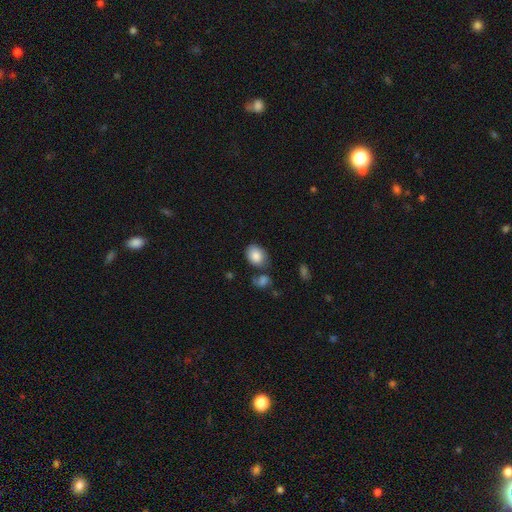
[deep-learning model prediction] Smooth or featured: smooth — 85% (featured or disk — 8%)
How rounded: in between — 70% (round — 29%)
Merging: none — 53% (minor disturbance — 21%)